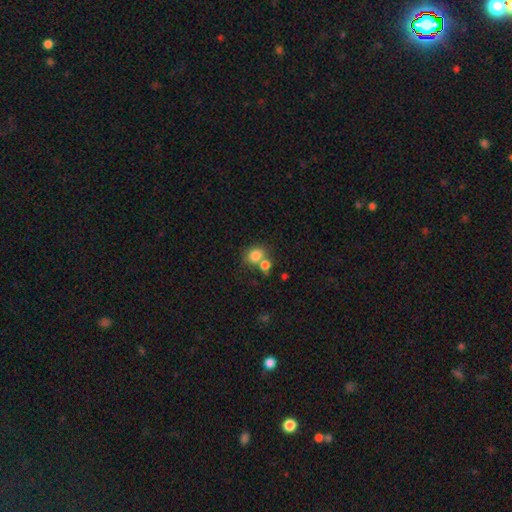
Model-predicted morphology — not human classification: A smooth galaxy with no disk features (81%) that is round (53%). Merging: none (49%).